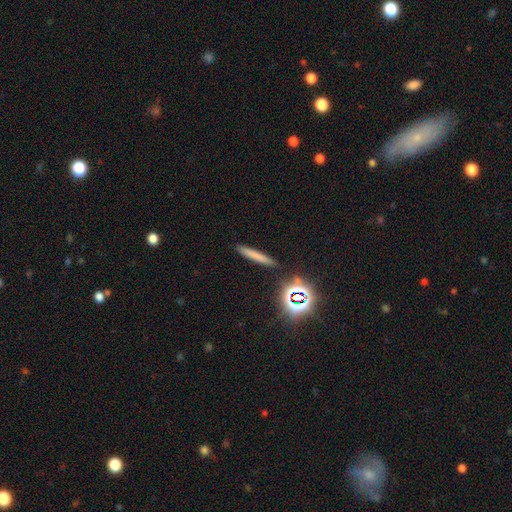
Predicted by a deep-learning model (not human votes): Smooth or featured?
  - smooth: 68% *
  - star or artifact: 16%
  - featured or disk: 16%
How rounded?
  - cigar-shaped: 93% *
  - in between: 5%
  - round: 2%
Merging?
  - none: 89% *
  - minor disturbance: 7%
  - merger: 2%
  - major disturbance: 2%